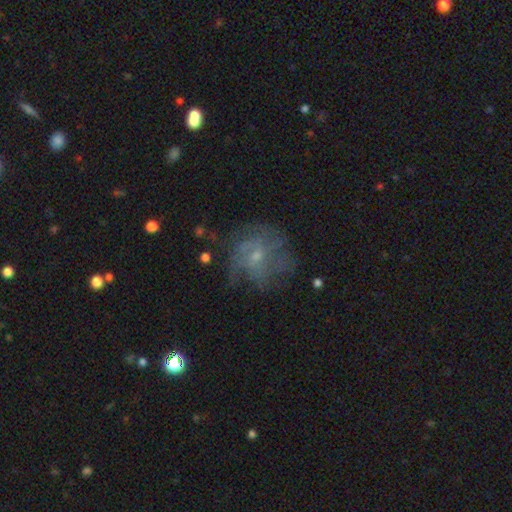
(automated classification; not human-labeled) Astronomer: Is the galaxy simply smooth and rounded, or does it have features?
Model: featured or disk — 63%.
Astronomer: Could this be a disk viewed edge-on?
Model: no — 97%.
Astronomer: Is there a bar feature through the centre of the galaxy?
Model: no — 62%.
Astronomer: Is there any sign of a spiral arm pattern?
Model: yes — 66%.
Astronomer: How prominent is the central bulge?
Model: small — 64%.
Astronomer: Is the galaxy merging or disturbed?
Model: none — 57%.